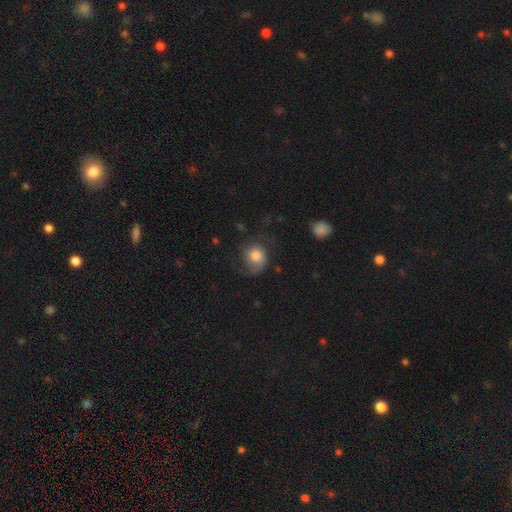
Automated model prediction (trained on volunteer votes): smooth-or-featured: smooth: 55% | featured or disk: 36% | star or artifact: 8%
  how-rounded: round: 79% | in between: 20% | cigar-shaped: 1%
  merging: none: 49% | major disturbance: 26% | minor disturbance: 23% | merger: 2%